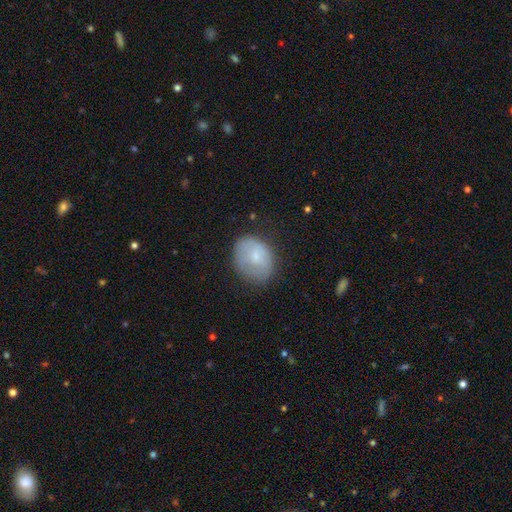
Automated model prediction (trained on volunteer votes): Morphology: type=smooth (61%); roundness=in between (56%); merging=none (57%).